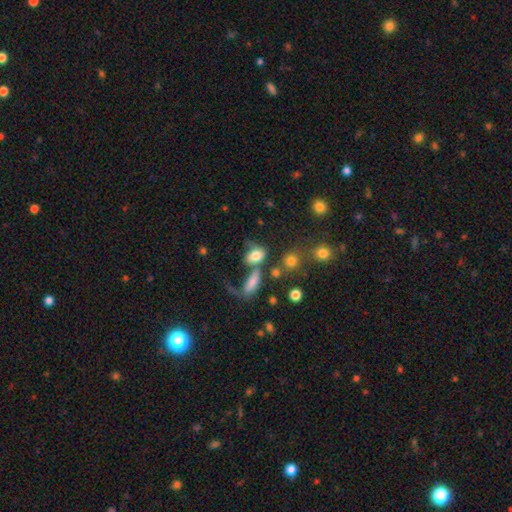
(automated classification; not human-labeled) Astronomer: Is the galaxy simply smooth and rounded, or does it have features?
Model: smooth — 75%.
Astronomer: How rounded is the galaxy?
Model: in between — 76%.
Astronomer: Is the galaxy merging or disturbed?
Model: none — 37% (runner-up: merger, 27%).